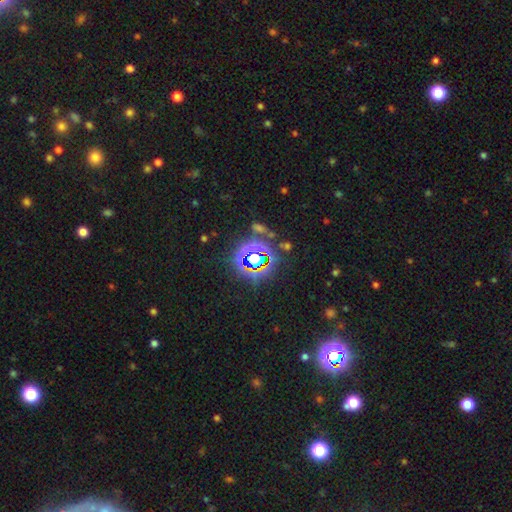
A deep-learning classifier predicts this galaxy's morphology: A star or artifact, not a galaxy (74%).

Vote fractions:
- Smooth or featured? star or artifact: 74% / smooth: 16% / featured or disk: 10%